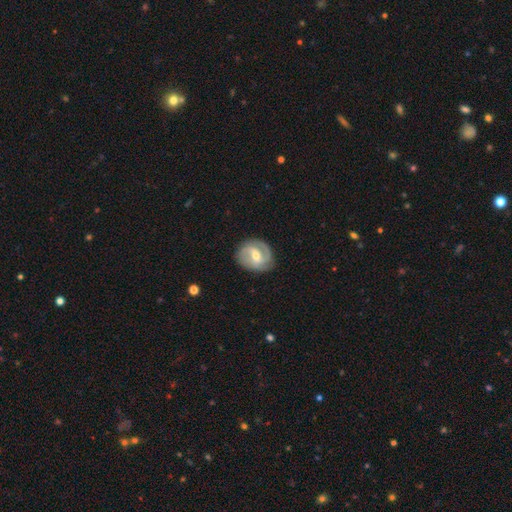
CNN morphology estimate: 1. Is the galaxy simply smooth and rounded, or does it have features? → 78% featured or disk, 17% smooth, 5% star or artifact.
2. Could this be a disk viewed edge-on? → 97% no, 3% yes.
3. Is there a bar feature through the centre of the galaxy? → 51% weak, 29% strong, 20% no.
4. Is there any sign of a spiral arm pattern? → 92% yes, 8% no.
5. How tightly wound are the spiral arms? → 45% medium, 36% tight, 19% loose.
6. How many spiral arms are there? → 71% 2, 11% can't tell, 10% 3, 5% 1, 2% 4, 2% more than 4.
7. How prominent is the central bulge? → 53% moderate, 43% small, 2% large, 1% none, 1% dominant.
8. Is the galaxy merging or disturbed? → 80% none, 14% minor disturbance, 5% major disturbance, 1% merger.